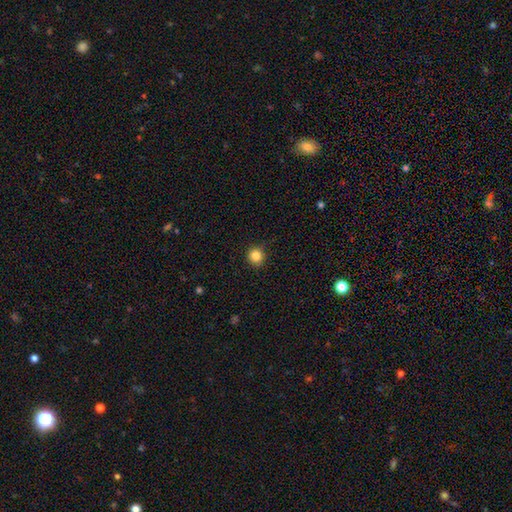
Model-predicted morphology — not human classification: Smooth or featured?
  - smooth: 84% *
  - star or artifact: 11%
  - featured or disk: 4%
How rounded?
  - round: 92% *
  - in between: 7%
  - cigar-shaped: 1%
Merging?
  - none: 89% *
  - minor disturbance: 8%
  - major disturbance: 2%
  - merger: 1%